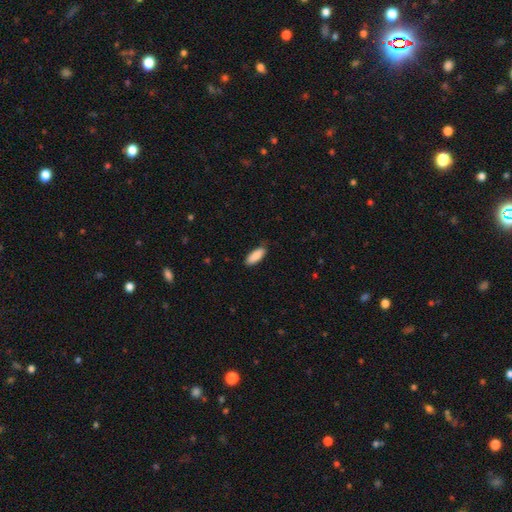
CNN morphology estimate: The model was most divided on "how rounded": in between: 75%, cigar-shaped: 24%, round: 1%. More confident: smooth or featured — smooth (89%); merging — none (81%).